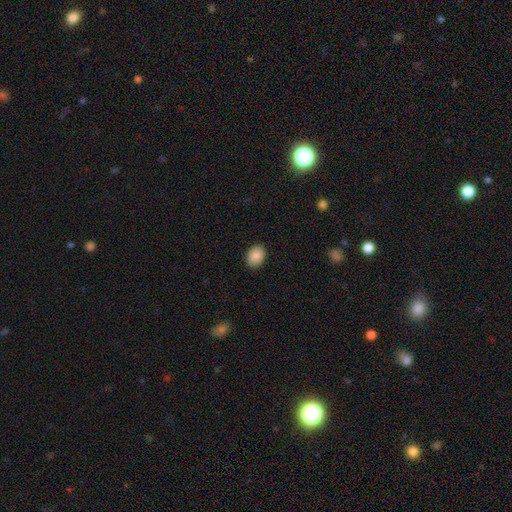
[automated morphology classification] Q: Smooth or featured?
A: smooth (90%); runner-up: star or artifact (7%)
Q: How rounded?
A: in between (73%); runner-up: round (27%)
Q: Merging?
A: none (90%); runner-up: minor disturbance (8%)